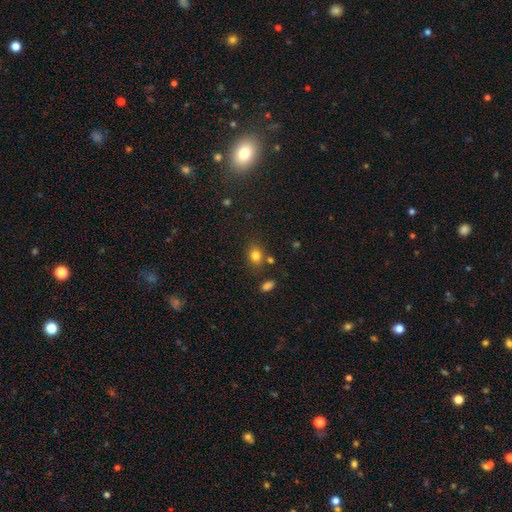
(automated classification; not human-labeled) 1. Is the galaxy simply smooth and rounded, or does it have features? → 81% smooth, 12% star or artifact, 7% featured or disk.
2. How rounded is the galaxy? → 52% round, 47% in between, 1% cigar-shaped.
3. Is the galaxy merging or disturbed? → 74% none, 13% minor disturbance, 9% merger, 4% major disturbance.